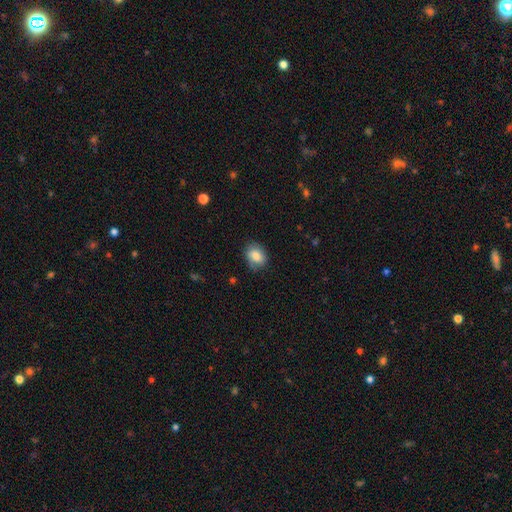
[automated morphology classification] A smooth galaxy with no disk features (80%) that is in between round and cigar-shaped (64%). Merging: none (73%).